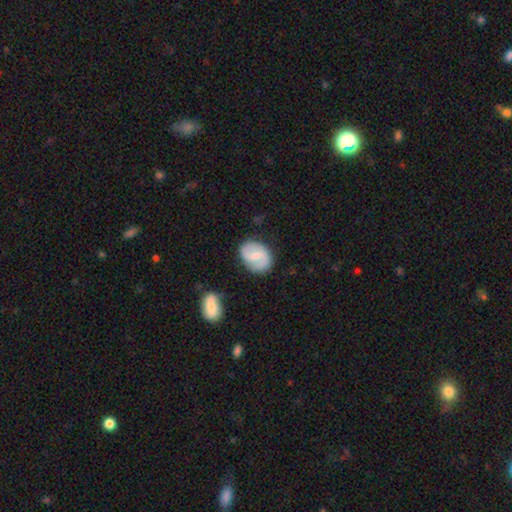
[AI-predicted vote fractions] A featured or disk galaxy (63%) with a weak bar (52%), 2 (84%) medium (46%) spiral arms (87%) and a small central bulge (47%).

Vote fractions:
- Smooth or featured? featured or disk: 63% / smooth: 31% / star or artifact: 6%
- Edge-on disk? no: 97% / yes: 3%
- Bar? weak: 52% / no: 34% / strong: 13%
- Spiral arms? yes: 87% / no: 13%
- Spiral winding? medium: 46% / loose: 31% / tight: 23%
- Spiral arm count? 2: 84% / can't tell: 8% / 1: 4% / 3: 1% / 4: 1% / more than 4: 1%
- Bulge size? small: 47% / moderate: 46% / none: 4% / large: 2% / dominant: 1%
- Merging? none: 76% / minor disturbance: 17% / major disturbance: 5% / merger: 3%